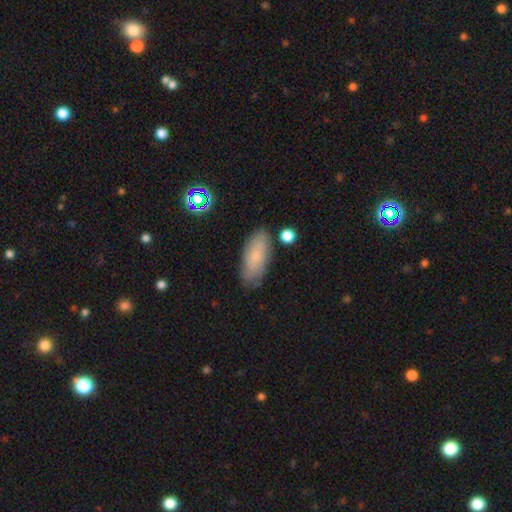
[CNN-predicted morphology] Smooth or featured: smooth — 70% (featured or disk — 22%)
How rounded: in between — 84% (cigar-shaped — 13%)
Merging: none — 80% (minor disturbance — 14%)